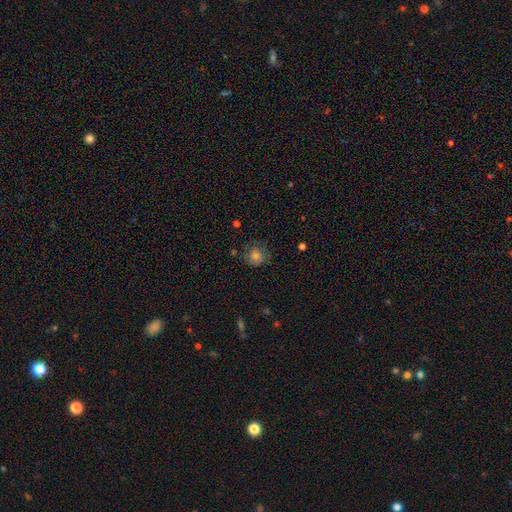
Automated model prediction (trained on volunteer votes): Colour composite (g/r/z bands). It shows a smooth galaxy with no disk features (58%) that is round (87%). Merging: none (73%).